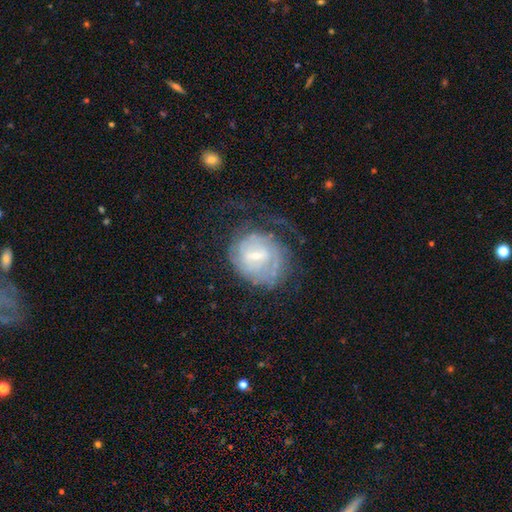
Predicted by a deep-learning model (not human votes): This appears to be a featured or disk galaxy (69%) with a weak bar (59%), tight (52%) spiral arms (76%) and a small central bulge (58%). Merging: none (45%).